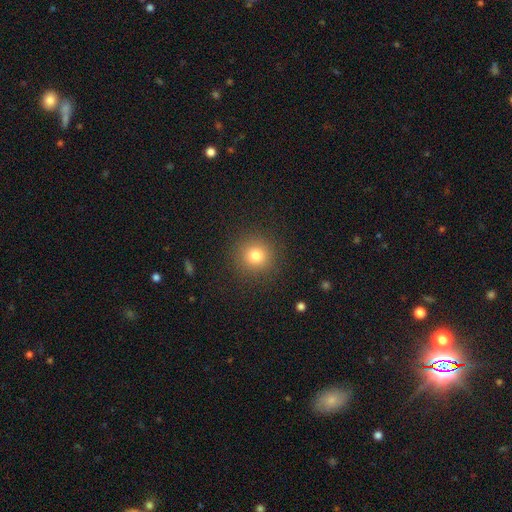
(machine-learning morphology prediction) smooth_or_featured: smooth (p=0.79) [alt: star or artifact p=0.14]
how_rounded: round (p=0.93) [alt: in between p=0.06]
merging: none (p=0.90) [alt: minor disturbance p=0.06]